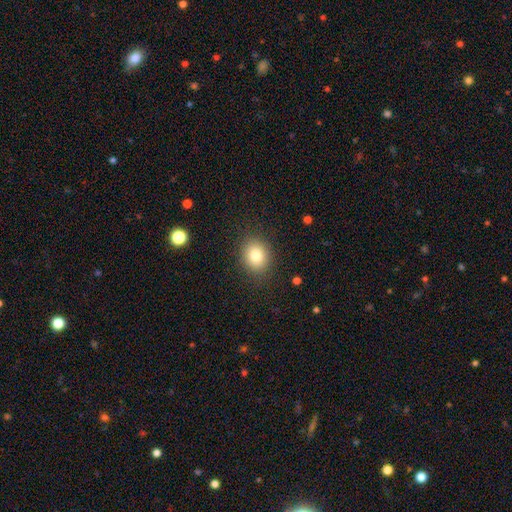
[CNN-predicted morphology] Q: Smooth or featured?
A: smooth (81%); runner-up: star or artifact (11%)
Q: How rounded?
A: round (65%); runner-up: in between (34%)
Q: Merging?
A: none (87%); runner-up: minor disturbance (9%)